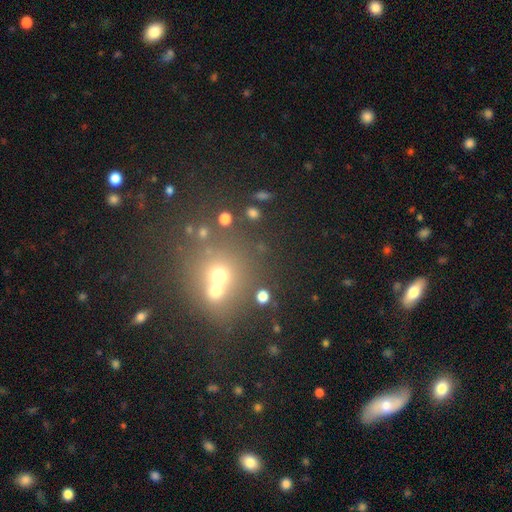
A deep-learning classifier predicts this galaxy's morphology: Overall: smooth (50%; star or artifact 30%). How rounded: round (78%). Merging: none (48%; merger 39%).